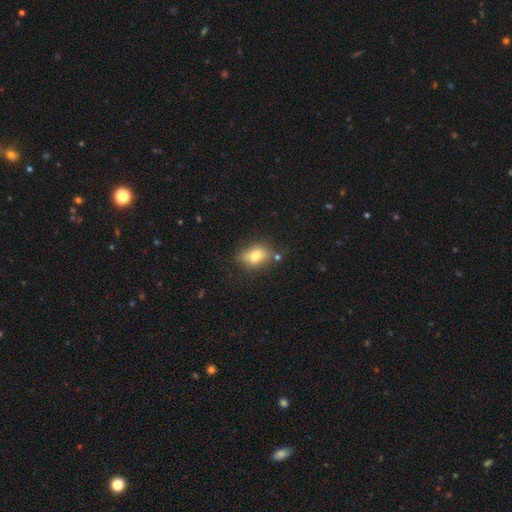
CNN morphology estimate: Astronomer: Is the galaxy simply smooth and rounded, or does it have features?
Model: smooth — 73%.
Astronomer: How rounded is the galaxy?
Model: in between — 71%.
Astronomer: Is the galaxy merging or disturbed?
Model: none — 71%.